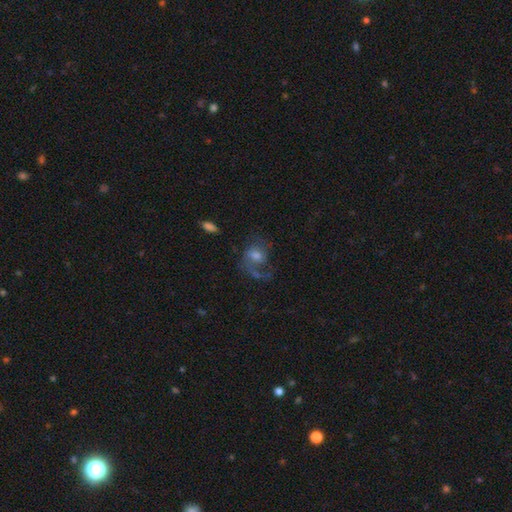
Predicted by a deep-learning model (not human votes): Morphology: type=featured or disk (65%); edge-on=no (97%); bar=no (55%); spiral arms=yes (85%); winding=medium (43%, tied with loose); arm count=1 (52%); bulge=moderate (51%); merging=none (45%).